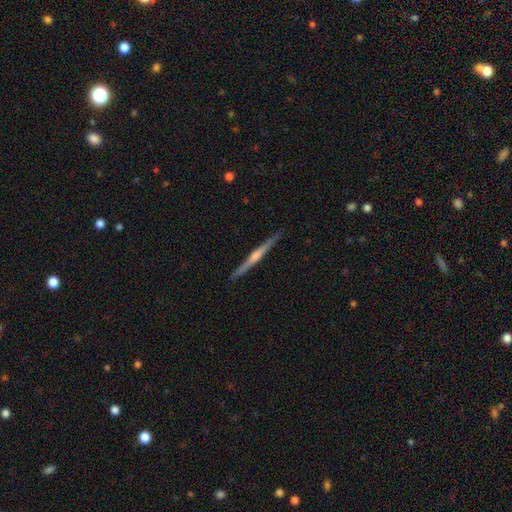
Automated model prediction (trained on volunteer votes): Morphology: type=featured or disk (79%); edge-on=yes (98%); edge-on bulge=rounded (77%); merging=none (91%).